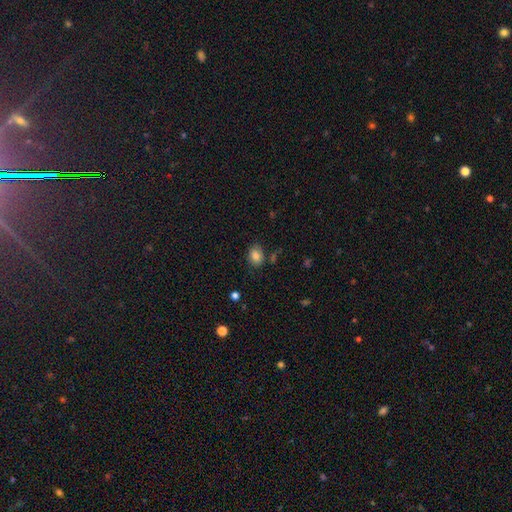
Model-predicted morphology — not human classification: The model was most divided on "how rounded": in between: 71%, round: 28%, cigar-shaped: 1%. More confident: smooth or featured — smooth (84%); merging — none (77%).